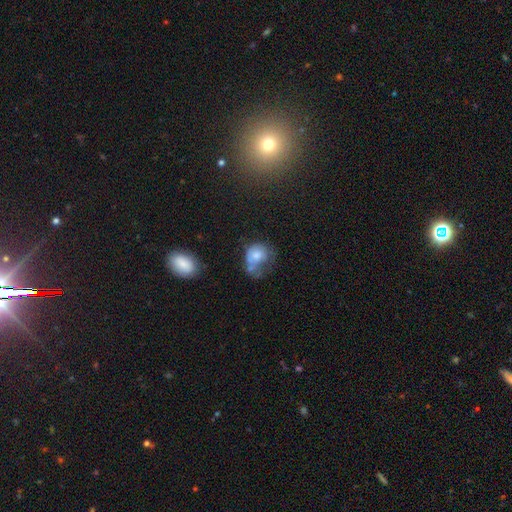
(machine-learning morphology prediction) smooth-or-featured: smooth: 62% | featured or disk: 29% | star or artifact: 10%
  how-rounded: round: 56% | in between: 42% | cigar-shaped: 1%
  merging: major disturbance: 31% | merger: 24% | minor disturbance: 23% | none: 22%